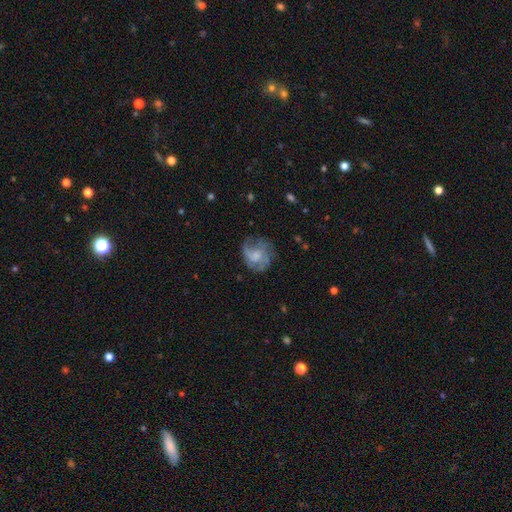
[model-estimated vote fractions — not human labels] Morphology: type=featured or disk (57%); edge-on=no (98%); bar=no (70%); spiral arms=yes (75%); bulge=moderate (37%); merging=none (57%).